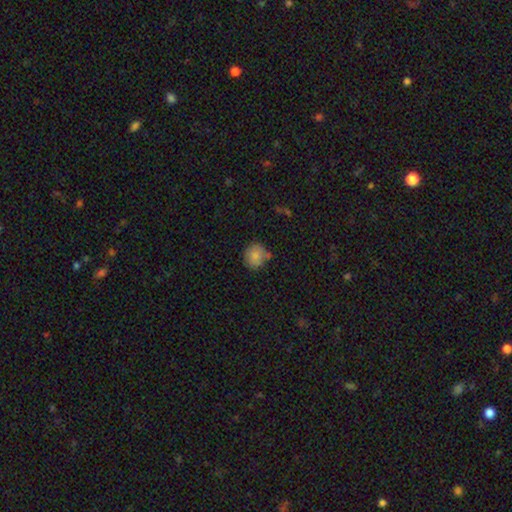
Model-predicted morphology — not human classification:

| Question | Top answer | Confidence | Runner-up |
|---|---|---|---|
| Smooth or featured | smooth | 84% | star or artifact (9%) |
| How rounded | round | 84% | in between (15%) |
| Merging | none | 71% | minor disturbance (17%) |